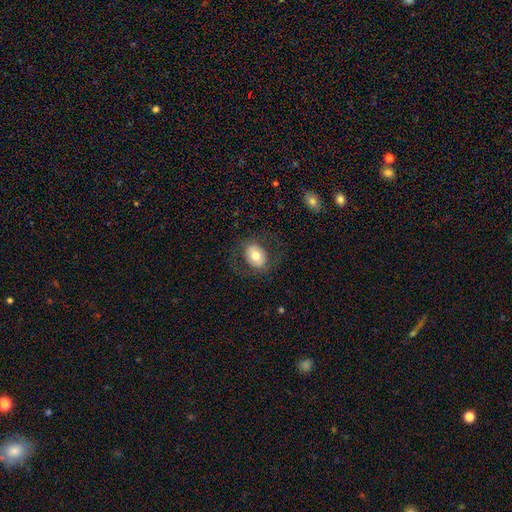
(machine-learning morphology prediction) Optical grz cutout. It shows a smooth galaxy with no disk features (66%) that is in between round and cigar-shaped (62%). Merging: none (76%).